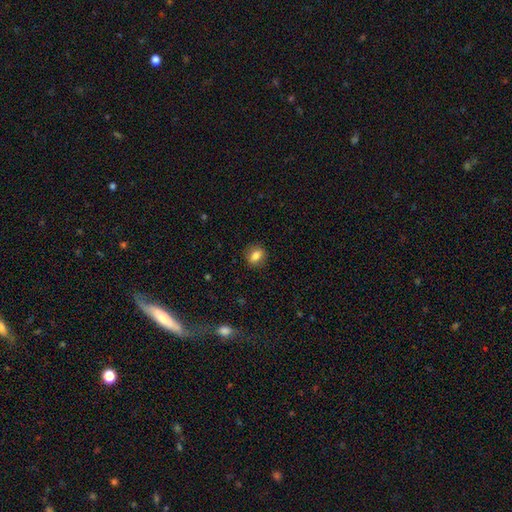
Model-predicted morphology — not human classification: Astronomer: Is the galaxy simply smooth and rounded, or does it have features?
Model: smooth — 81%.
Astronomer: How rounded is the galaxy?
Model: round — 55% (runner-up: in between, 44%).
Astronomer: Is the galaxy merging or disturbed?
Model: none — 87%.